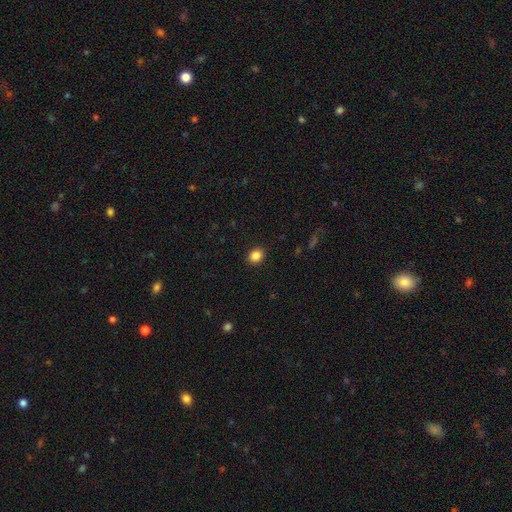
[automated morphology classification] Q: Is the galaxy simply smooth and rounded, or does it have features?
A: smooth — 86%.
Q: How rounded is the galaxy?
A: round — 62%.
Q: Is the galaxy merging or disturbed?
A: none — 91%.